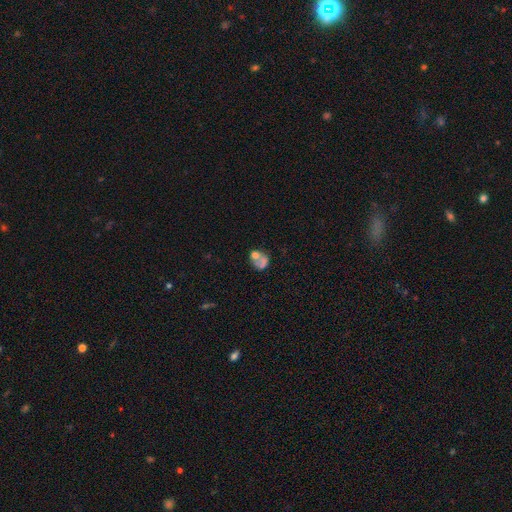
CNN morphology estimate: A smooth galaxy with no disk features (55%) that is round (51%).

Vote fractions:
- Smooth or featured? smooth: 55% / featured or disk: 33% / star or artifact: 12%
- How rounded? round: 51% / in between: 47% / cigar-shaped: 1%
- Merging? merger: 41% / none: 29% / major disturbance: 16% / minor disturbance: 14%